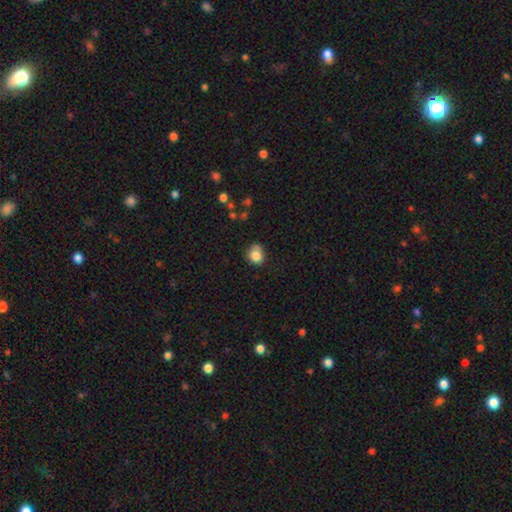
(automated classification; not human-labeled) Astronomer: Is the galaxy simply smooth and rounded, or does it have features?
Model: smooth — 81%.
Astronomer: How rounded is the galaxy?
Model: round — 70%.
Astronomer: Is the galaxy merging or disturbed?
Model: none — 58%.